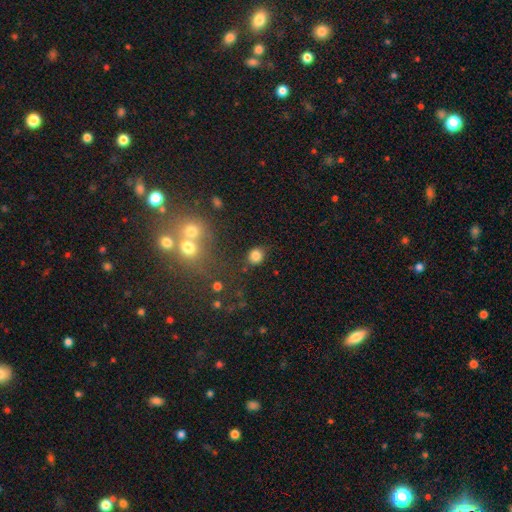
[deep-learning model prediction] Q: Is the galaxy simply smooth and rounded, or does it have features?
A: smooth — 82%.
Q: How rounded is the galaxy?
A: round — 73%.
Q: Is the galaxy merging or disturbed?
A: none — 78%.